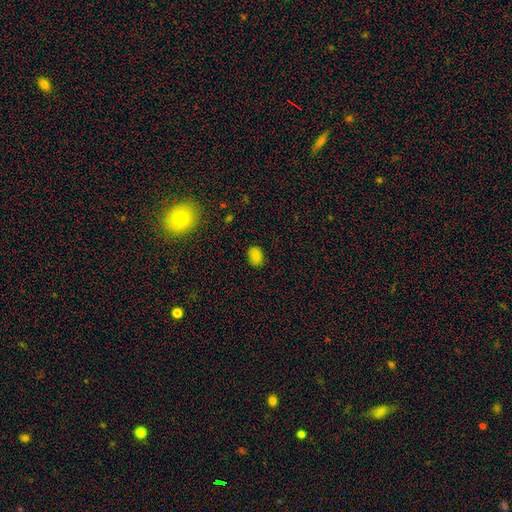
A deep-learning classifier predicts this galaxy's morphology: This is clearly a smooth galaxy (81%). How rounded: likely in between (79%). Merging: clearly none (84%).